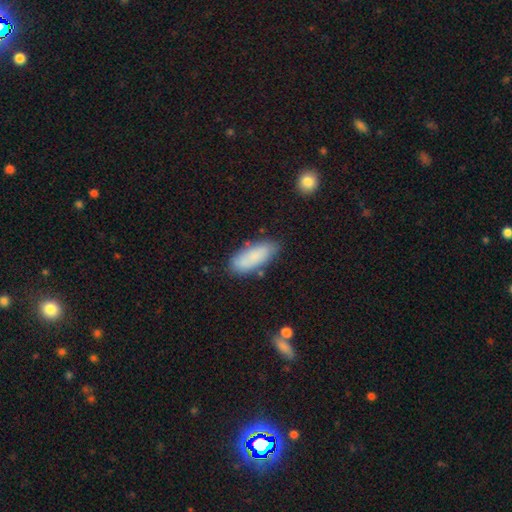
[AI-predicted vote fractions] Smooth or featured? Predicted: smooth (p=0.82). How rounded? Predicted: in between (p=0.78). Merging? Predicted: none (p=0.76).